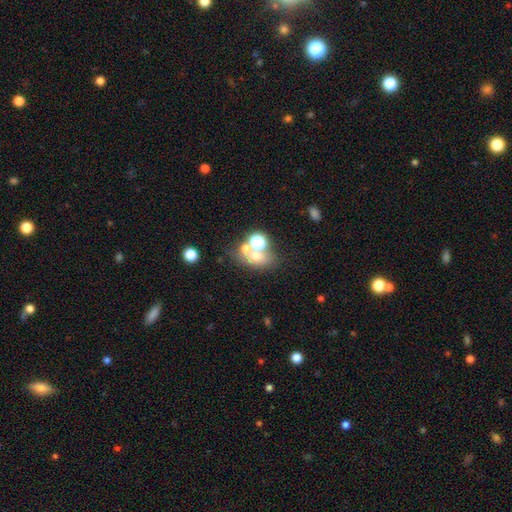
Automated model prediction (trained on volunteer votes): This appears to be a smooth galaxy with no disk features (58%) that is round (50%). Merging: none (45%).